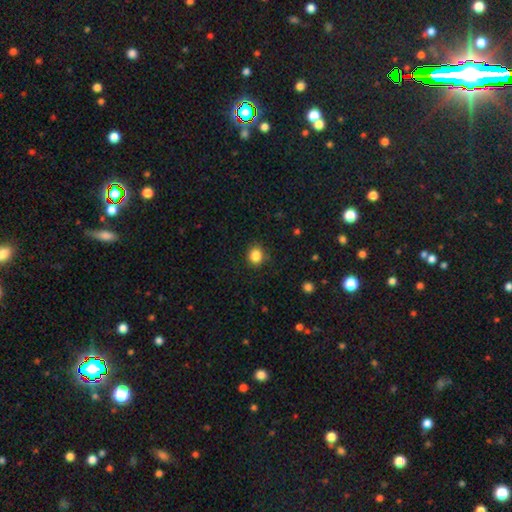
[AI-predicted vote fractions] Morphology: type=smooth (85%); roundness=round (77%); merging=none (87%).